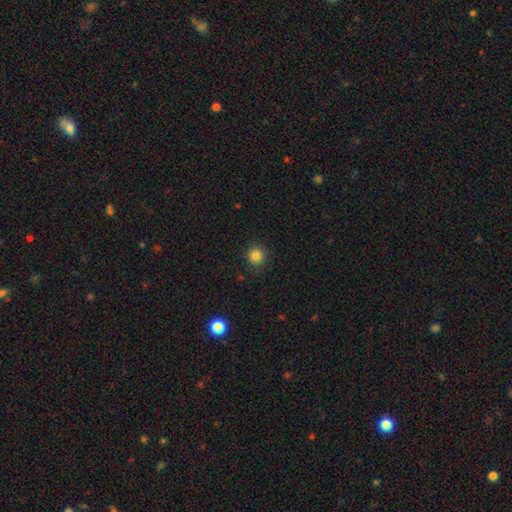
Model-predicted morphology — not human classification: Q: Smooth or featured?
A: smooth (83%); runner-up: star or artifact (13%)
Q: How rounded?
A: round (94%); runner-up: in between (6%)
Q: Merging?
A: none (89%); runner-up: minor disturbance (8%)